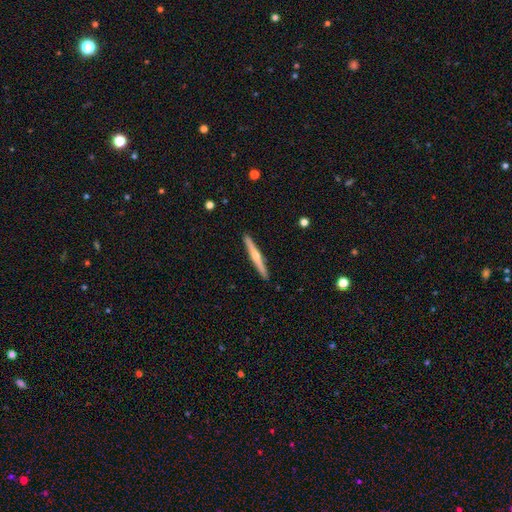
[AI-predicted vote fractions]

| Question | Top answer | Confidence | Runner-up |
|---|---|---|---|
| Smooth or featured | featured or disk | 66% | smooth (28%) |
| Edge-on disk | yes | 97% | no (3%) |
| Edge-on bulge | rounded | 85% | none (12%) |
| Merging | none | 92% | minor disturbance (6%) |